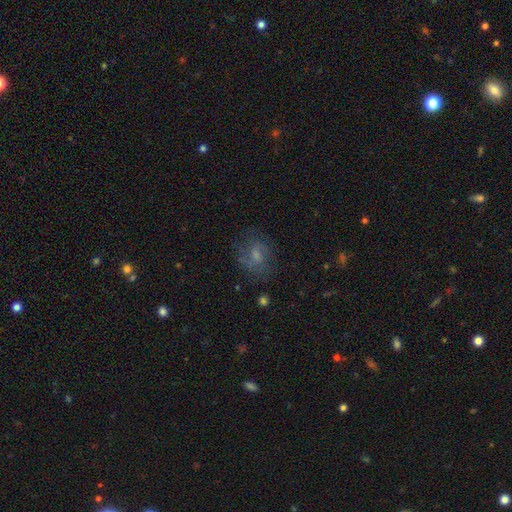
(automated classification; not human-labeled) A smooth galaxy with no disk features (43%).

Vote fractions:
- Smooth or featured? smooth: 43% / featured or disk: 42% / star or artifact: 15%
- Merging? none: 63% / minor disturbance: 20% / major disturbance: 16% / merger: 2%